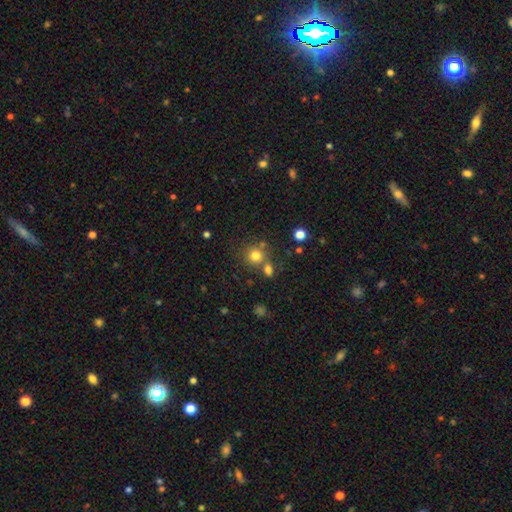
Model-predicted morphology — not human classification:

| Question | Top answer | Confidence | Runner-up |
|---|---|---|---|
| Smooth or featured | smooth | 78% | star or artifact (15%) |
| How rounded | round | 89% | in between (10%) |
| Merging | none | 65% | merger (23%) |